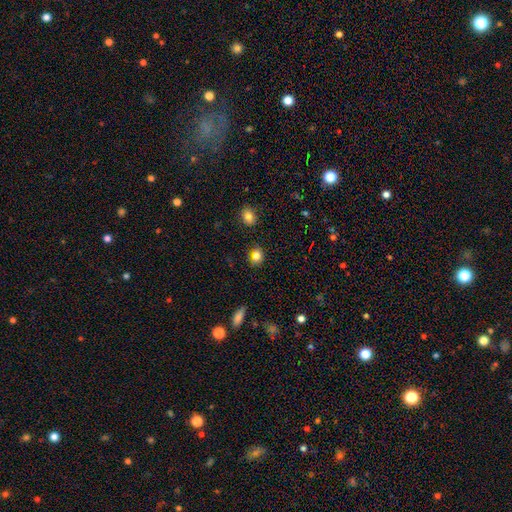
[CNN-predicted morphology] Smooth or featured? Predicted: smooth (p=0.82). How rounded? Predicted: round (p=0.52). Merging? Predicted: none (p=0.85).